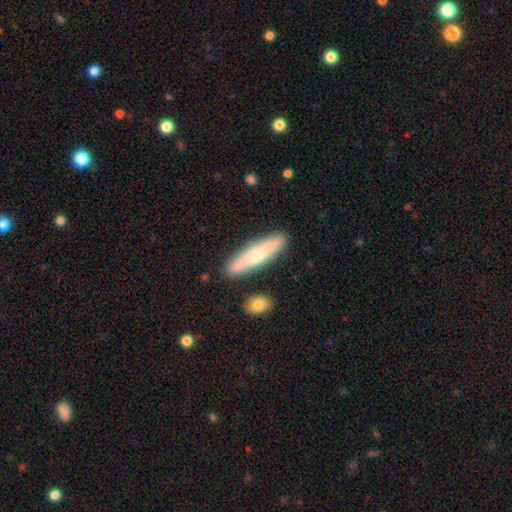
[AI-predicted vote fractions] smooth_or_featured: smooth (p=0.57) [alt: featured or disk p=0.38]
how_rounded: cigar-shaped (p=0.72) [alt: in between p=0.26]
merging: none (p=0.84) [alt: minor disturbance p=0.10]